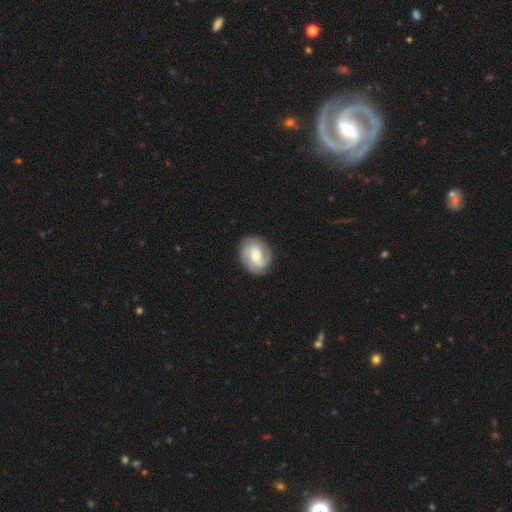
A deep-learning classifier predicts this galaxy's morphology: smooth_or_featured: featured or disk (p=0.72) [alt: smooth p=0.23]
disk_edge_on: no (p=0.98) [alt: yes p=0.02]
bar: no (p=0.51) [alt: weak p=0.40]
has_spiral_arms: yes (p=0.93) [alt: no p=0.07]
spiral_winding: medium (p=0.43) [alt: tight p=0.37]
spiral_arm_count: 2 (p=0.45) [alt: 3 p=0.27]
bulge_size: moderate (p=0.62) [alt: small p=0.31]
merging: none (p=0.84) [alt: minor disturbance p=0.11]